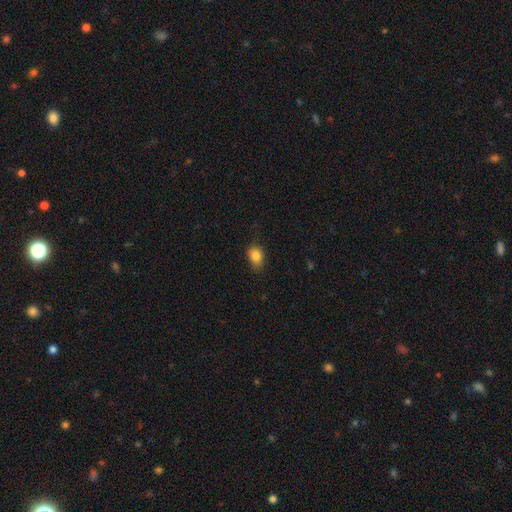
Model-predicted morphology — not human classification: type=smooth (84%); roundness=in between (67%); merging=none (68%).